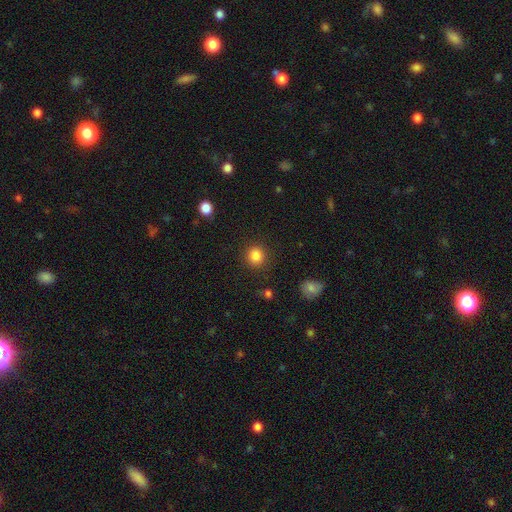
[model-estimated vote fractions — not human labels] smooth 85%, star or artifact 11%, featured or disk 4%. Down the decision tree: how rounded — round (90%); merging — none (89%).